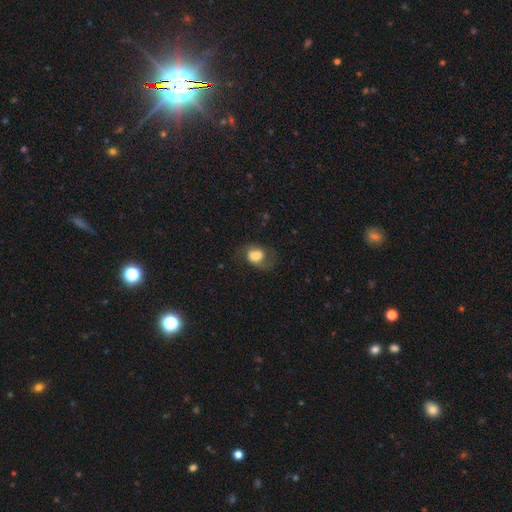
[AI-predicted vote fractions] Smooth or featured: smooth — 65% (featured or disk — 26%)
How rounded: in between — 61% (round — 38%)
Merging: none — 48% (minor disturbance — 26%)